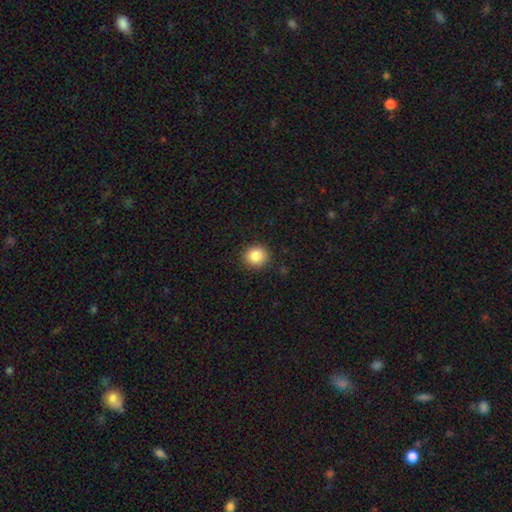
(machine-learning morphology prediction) The model was most divided on "smooth or featured": smooth: 86%, star or artifact: 9%, featured or disk: 5%. More confident: merging — none (90%); how rounded — round (89%).